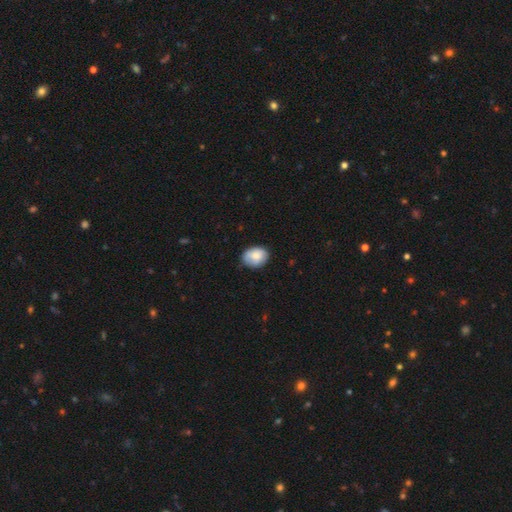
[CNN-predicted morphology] smooth_or_featured: smooth (p=0.78) [alt: featured or disk p=0.15]
how_rounded: in between (p=0.58) [alt: round p=0.41]
merging: none (p=0.71) [alt: minor disturbance p=0.24]